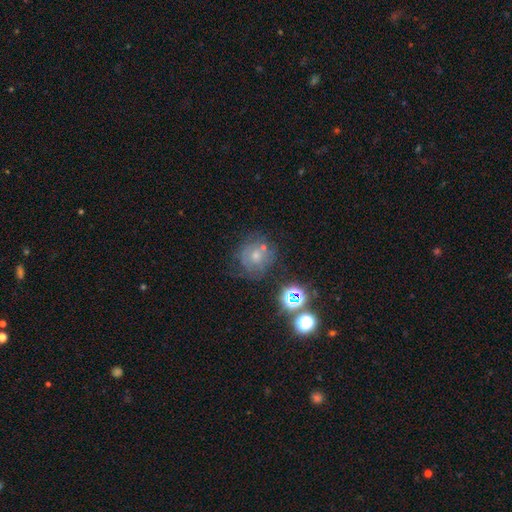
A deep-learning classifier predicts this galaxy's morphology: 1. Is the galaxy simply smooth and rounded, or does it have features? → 39% featured or disk, 33% smooth, 28% star or artifact.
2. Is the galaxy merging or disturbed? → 66% none, 17% minor disturbance, 9% major disturbance, 8% merger.